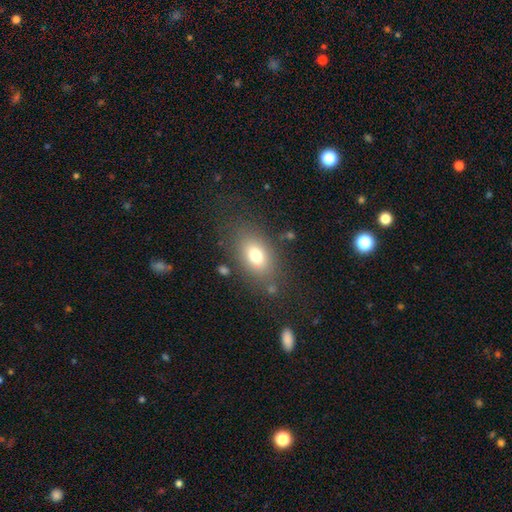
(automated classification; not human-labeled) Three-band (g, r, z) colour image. It shows a smooth galaxy with no disk features (74%) that is in between round and cigar-shaped (82%). Merging: none (76%).